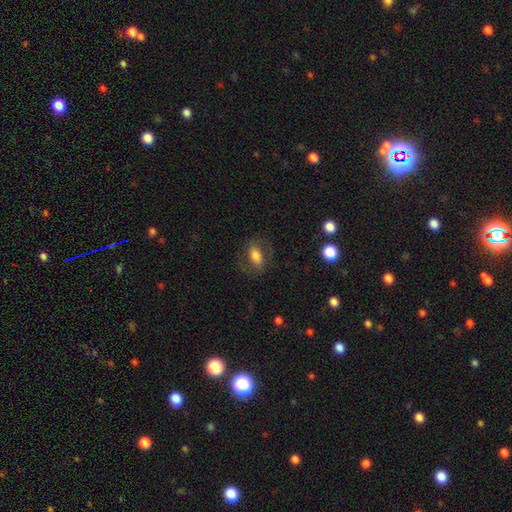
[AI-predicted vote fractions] Morphology: type=smooth (60%); roundness=in between (84%); merging=none (69%).